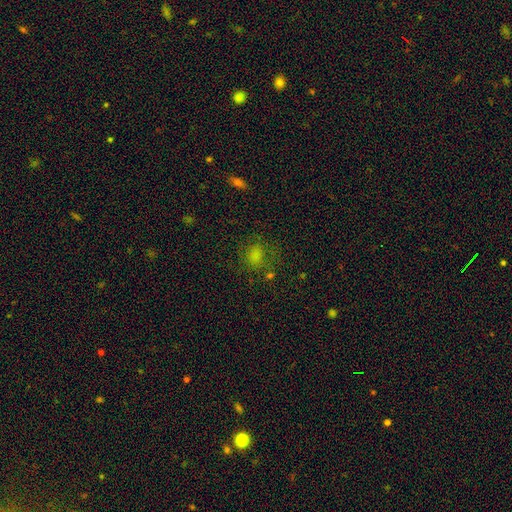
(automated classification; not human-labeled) This is likely a smooth galaxy (72%). How rounded: likely round (65%). Merging: likely none (63%).